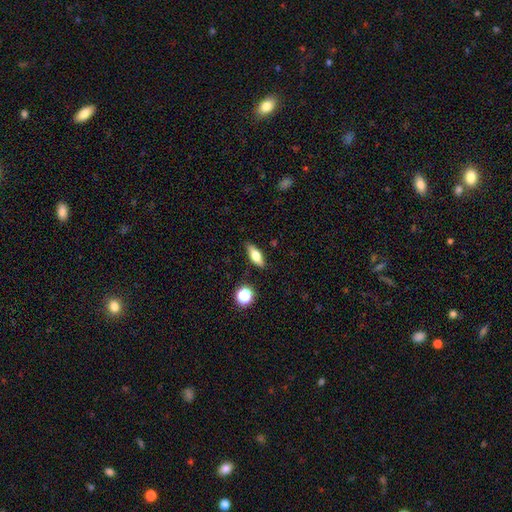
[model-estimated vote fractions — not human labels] A smooth galaxy with no disk features (61%) that is in between round and cigar-shaped (62%). Merging: none (85%).